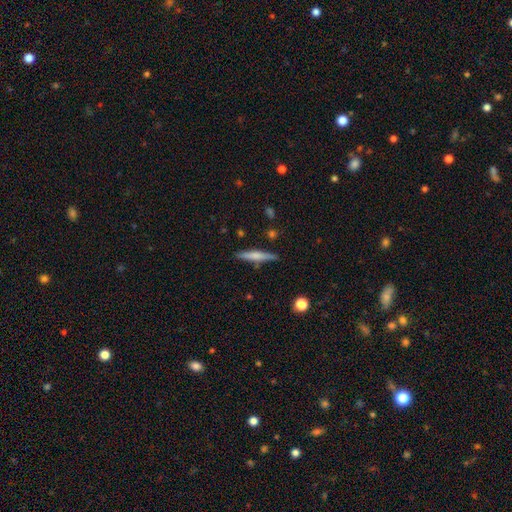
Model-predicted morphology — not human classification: A smooth galaxy with no disk features (55%) that is cigar-shaped (92%).

Vote fractions:
- Smooth or featured? smooth: 55% / featured or disk: 39% / star or artifact: 6%
- How rounded? cigar-shaped: 92% / in between: 6% / round: 2%
- Merging? none: 86% / minor disturbance: 10% / merger: 2% / major disturbance: 2%